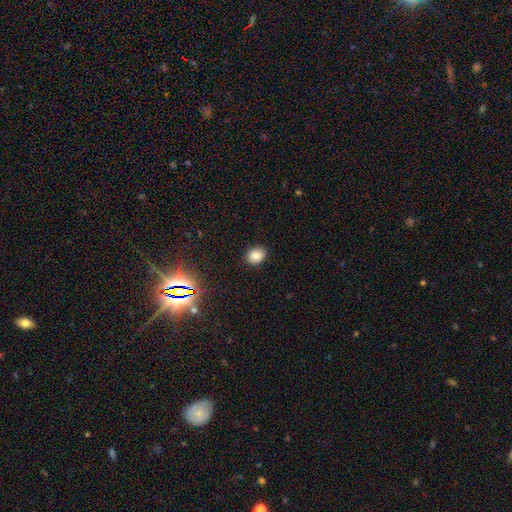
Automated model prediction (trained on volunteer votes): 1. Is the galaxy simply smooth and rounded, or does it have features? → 83% smooth, 12% star or artifact, 5% featured or disk.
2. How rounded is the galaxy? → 55% in between, 44% round, 1% cigar-shaped.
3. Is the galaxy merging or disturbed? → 86% none, 11% minor disturbance, 2% major disturbance, 1% merger.